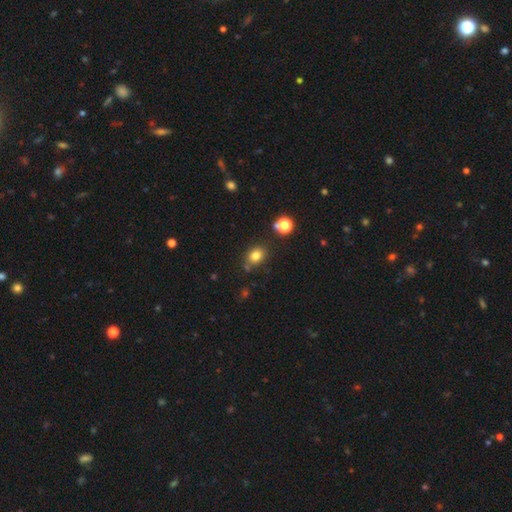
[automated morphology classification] smooth 79%, star or artifact 13%, featured or disk 7%. Down the decision tree: how rounded — round (53%); merging — none (74%).